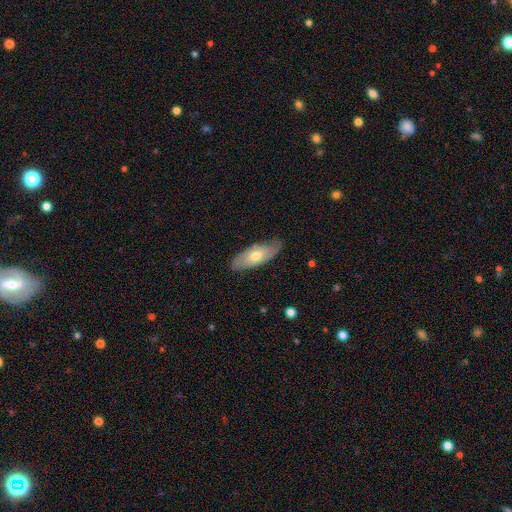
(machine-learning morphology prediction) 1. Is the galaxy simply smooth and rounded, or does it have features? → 51% smooth, 43% featured or disk, 6% star or artifact.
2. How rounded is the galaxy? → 75% in between, 23% cigar-shaped, 2% round.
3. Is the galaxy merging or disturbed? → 77% none, 19% minor disturbance, 3% major disturbance, 1% merger.